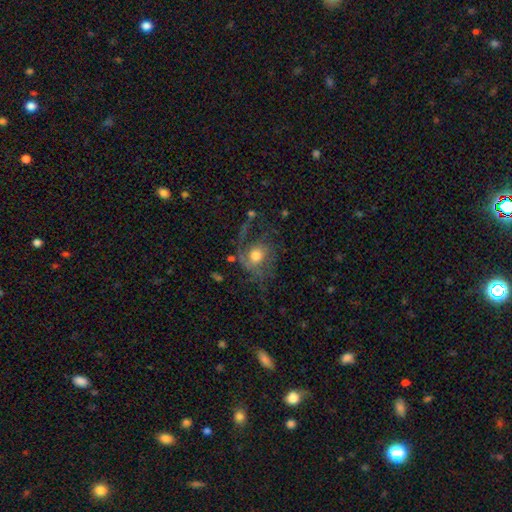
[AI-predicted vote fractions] Smooth or featured? featured or disk (67%)
Edge-on disk? no (97%)
Bar? no (77%)
Spiral arms? yes (84%)
Spiral winding? loose (43%)
Spiral arm count? 1 (38%)
Bulge size? moderate (66%)
Merging? none (41%)